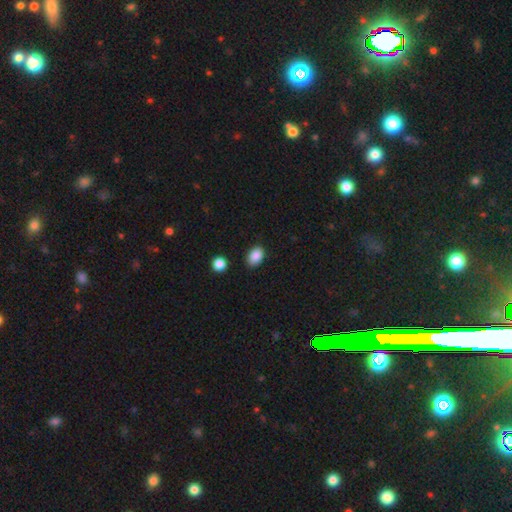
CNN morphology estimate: The model was most divided on "how rounded": in between: 83%, round: 16%, cigar-shaped: 1%. More confident: smooth or featured — smooth (88%); merging — none (85%).